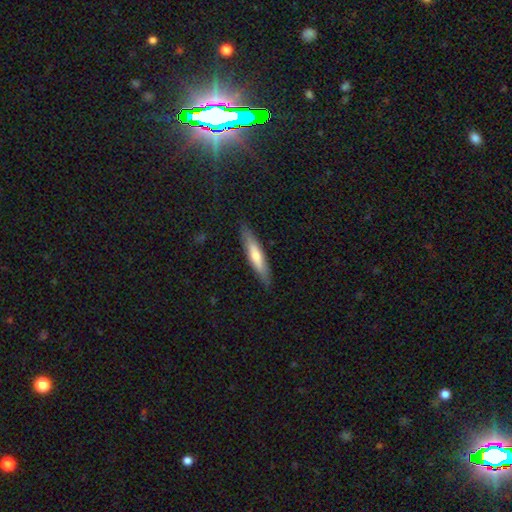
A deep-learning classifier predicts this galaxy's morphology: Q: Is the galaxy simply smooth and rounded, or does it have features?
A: smooth — 58%.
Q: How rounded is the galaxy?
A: cigar-shaped — 86%.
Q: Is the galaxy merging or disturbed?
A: none — 87%.